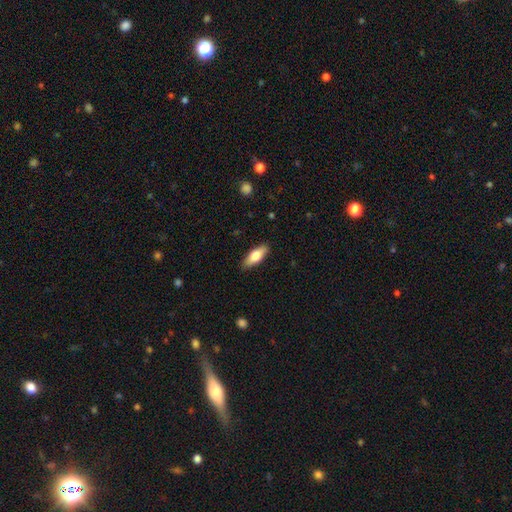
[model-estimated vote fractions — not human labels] smooth 68%, featured or disk 26%, star or artifact 6%. Down the decision tree: how rounded — in between (68%); merging — none (88%).